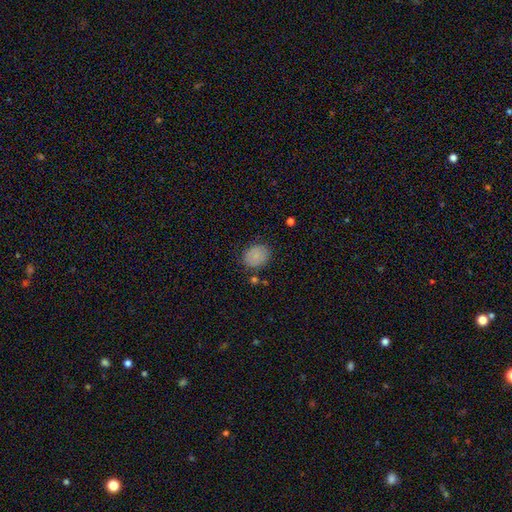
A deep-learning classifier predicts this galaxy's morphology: Smooth or featured?
  - smooth: 83% *
  - star or artifact: 9%
  - featured or disk: 8%
How rounded?
  - round: 50% *
  - in between: 49%
  - cigar-shaped: 1%
Merging?
  - none: 80% *
  - minor disturbance: 14%
  - major disturbance: 3%
  - merger: 3%